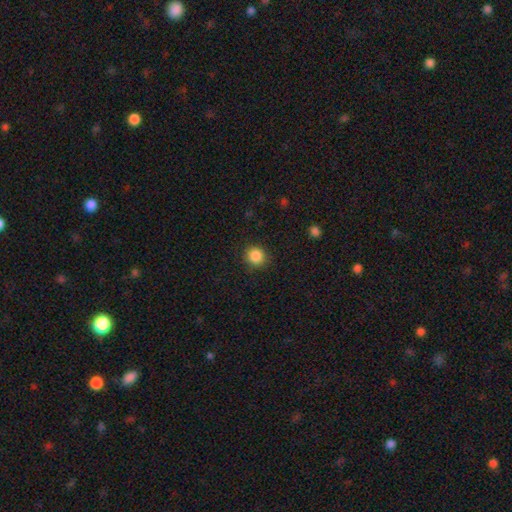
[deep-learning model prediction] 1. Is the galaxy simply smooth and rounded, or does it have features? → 86% smooth, 10% star or artifact, 3% featured or disk.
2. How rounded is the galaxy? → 91% round, 8% in between, 1% cigar-shaped.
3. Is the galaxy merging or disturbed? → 90% none, 7% minor disturbance, 2% major disturbance, 1% merger.